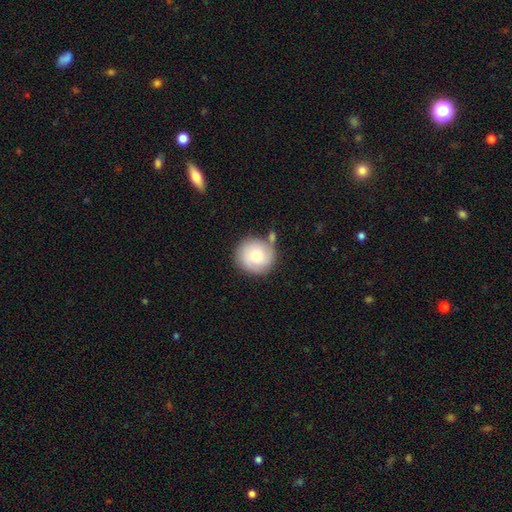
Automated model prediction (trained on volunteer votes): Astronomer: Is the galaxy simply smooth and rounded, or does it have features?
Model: smooth — 72%.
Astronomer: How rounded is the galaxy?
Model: round — 92%.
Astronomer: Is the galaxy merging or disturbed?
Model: none — 65%.